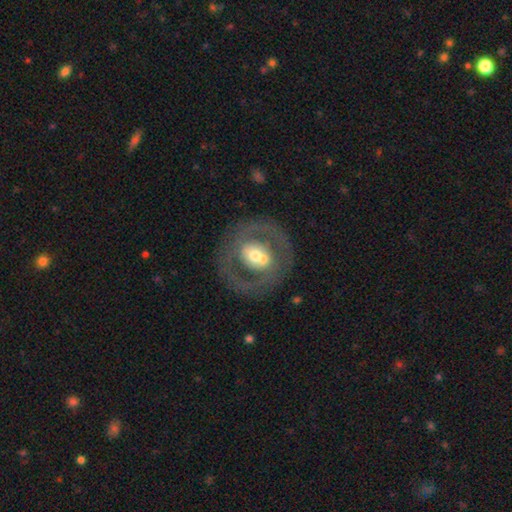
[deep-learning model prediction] This appears to be a featured or disk galaxy (66%) with no bar (51%), no spiral arms (69%) and a moderate central bulge (62%). Merging: none (74%).